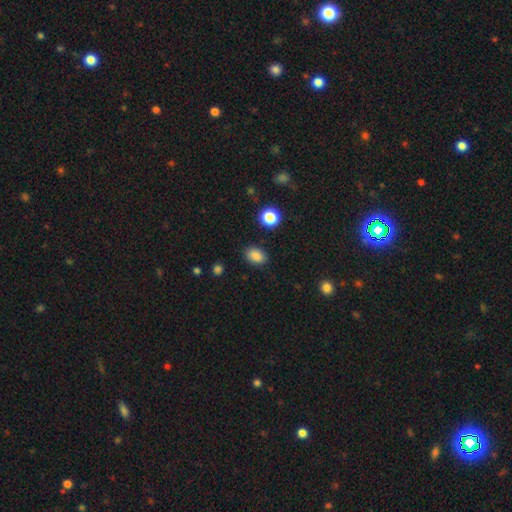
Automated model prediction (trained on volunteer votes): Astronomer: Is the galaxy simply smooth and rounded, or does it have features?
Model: smooth — 86%.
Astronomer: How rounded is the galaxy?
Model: in between — 77%.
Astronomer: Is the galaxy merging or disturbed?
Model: none — 86%.